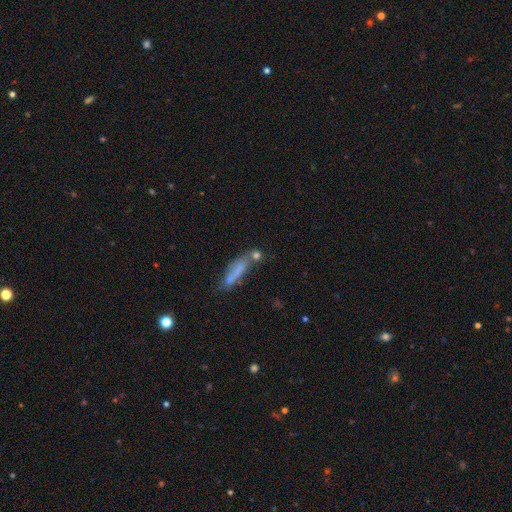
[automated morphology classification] smooth 63%, featured or disk 24%, star or artifact 13%. Down the decision tree: how rounded — cigar-shaped (70%); merging — none (48%).